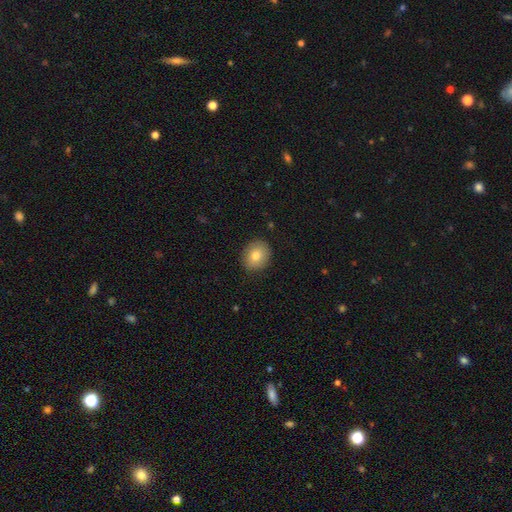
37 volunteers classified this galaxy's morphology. Overall: smooth (81%). How rounded: round (67%; in between 33%). Merging: none (88%).